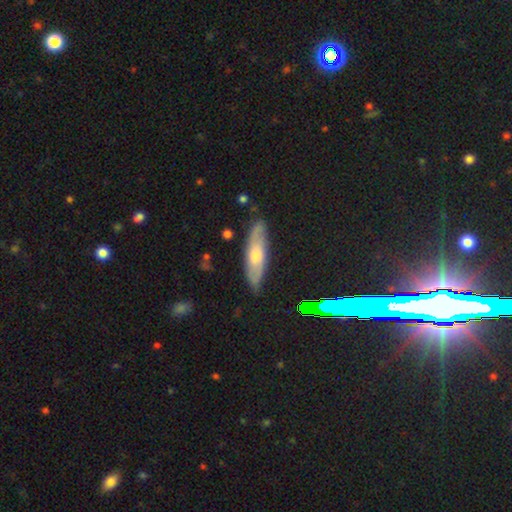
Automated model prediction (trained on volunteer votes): A smooth galaxy with no disk features (50%) that is cigar-shaped (64%).

Vote fractions:
- Smooth or featured? smooth: 50% / featured or disk: 42% / star or artifact: 8%
- How rounded? cigar-shaped: 64% / in between: 34% / round: 2%
- Merging? none: 83% / minor disturbance: 13% / major disturbance: 2% / merger: 1%